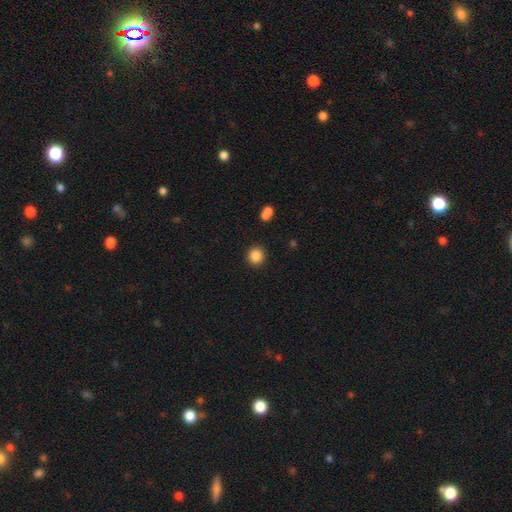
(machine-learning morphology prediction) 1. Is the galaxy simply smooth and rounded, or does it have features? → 86% smooth, 10% star or artifact, 4% featured or disk.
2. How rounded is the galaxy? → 91% round, 8% in between, 1% cigar-shaped.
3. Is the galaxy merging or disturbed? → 90% none, 6% minor disturbance, 2% merger, 2% major disturbance.